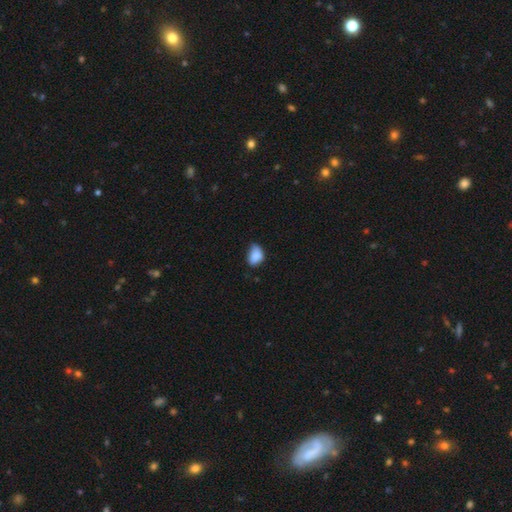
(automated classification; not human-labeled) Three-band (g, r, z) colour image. It shows a smooth galaxy with no disk features (84%) that is in between round and cigar-shaped (81%). Merging: minor disturbance (46%).